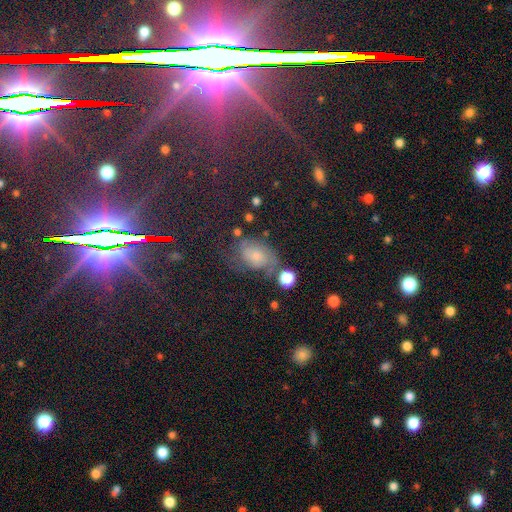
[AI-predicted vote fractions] The model was most divided on "smooth or featured": smooth: 44%, featured or disk: 30%, star or artifact: 25%. More confident: merging — none (52%).